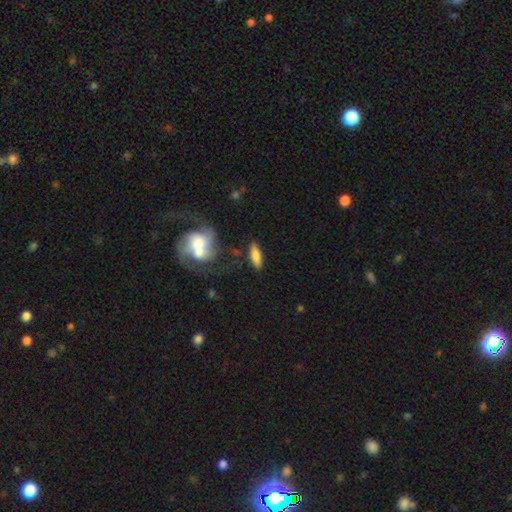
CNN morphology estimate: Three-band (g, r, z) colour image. It shows a smooth galaxy with no disk features (75%) that is in between round and cigar-shaped (52%). Merging: none (77%).